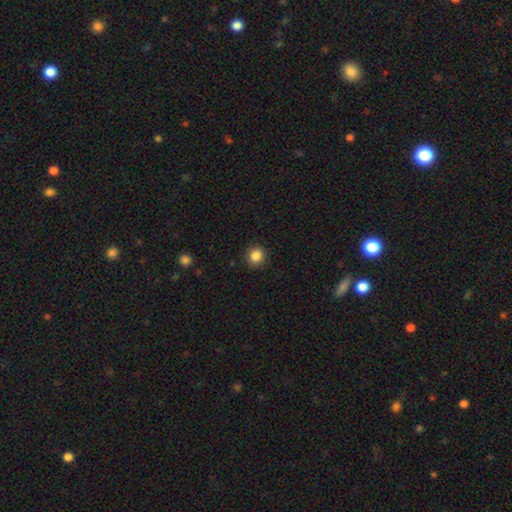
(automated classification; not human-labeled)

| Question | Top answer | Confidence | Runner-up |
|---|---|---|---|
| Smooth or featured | smooth | 86% | star or artifact (11%) |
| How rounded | round | 92% | in between (7%) |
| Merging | none | 91% | minor disturbance (6%) |